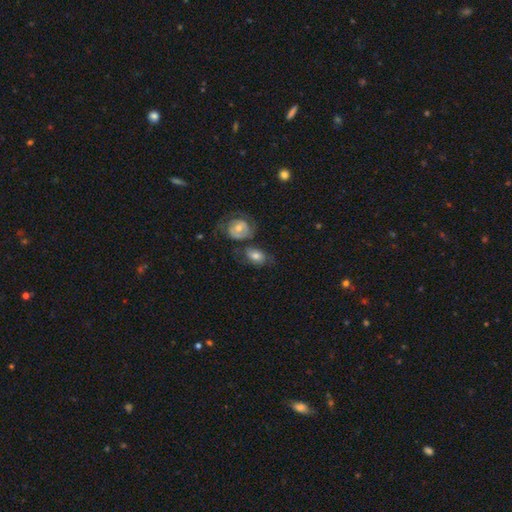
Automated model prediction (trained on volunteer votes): Smooth or featured? smooth (58%)
How rounded? in between (73%)
Merging? none (41%)